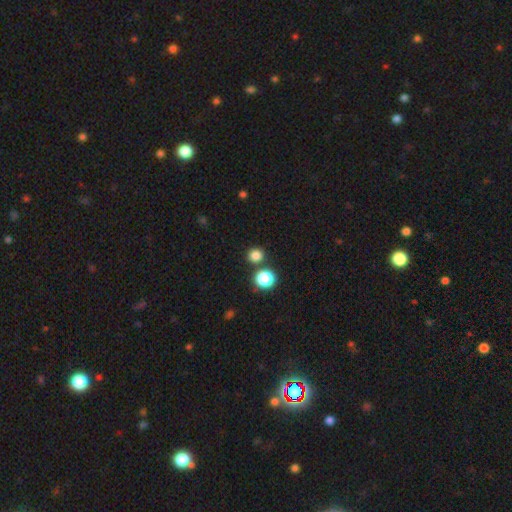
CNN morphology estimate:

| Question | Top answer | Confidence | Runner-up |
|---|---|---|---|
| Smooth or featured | smooth | 81% | star or artifact (15%) |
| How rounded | round | 89% | in between (10%) |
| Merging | none | 79% | merger (11%) |